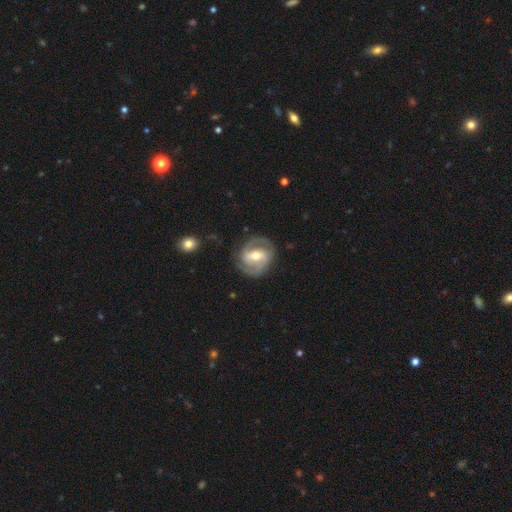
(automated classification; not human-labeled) smooth-or-featured: featured or disk: 82% | smooth: 13% | star or artifact: 5%
  disk-edge-on: no: 97% | yes: 3%
    bar: strong: 42% | weak: 39% | no: 18%
    has-spiral-arms: yes: 89% | no: 11%
      spiral-winding: medium: 45% | tight: 41% | loose: 13%
      spiral-arm-count: 2: 86% | can't tell: 7% | 3: 3% | 1: 2% | 4: 1% | more than 4: 1%
    bulge-size: moderate: 67% | small: 27% | large: 5% | none: 1% | dominant: 1%
  merging: none: 79% | minor disturbance: 13% | major disturbance: 6% | merger: 1%